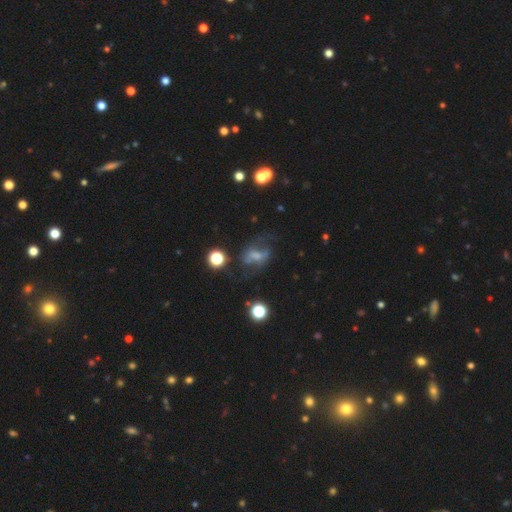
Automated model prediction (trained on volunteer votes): Overall: featured or disk (46%; smooth 35%). Merging: none (44%; major disturbance 28%).